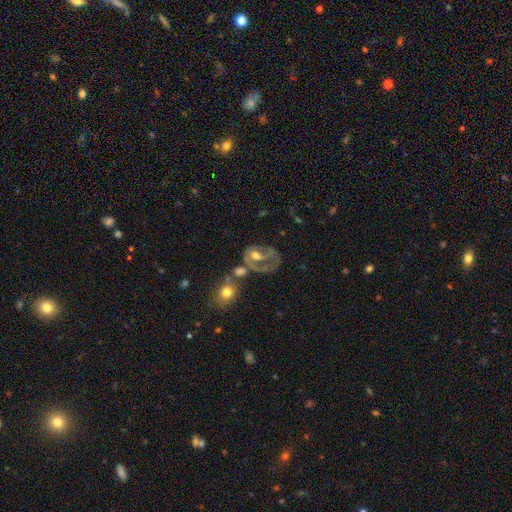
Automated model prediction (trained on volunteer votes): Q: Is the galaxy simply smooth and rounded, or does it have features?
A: featured or disk — 66%.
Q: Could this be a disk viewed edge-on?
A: no — 97%.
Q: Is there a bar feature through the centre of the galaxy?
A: no — 60%.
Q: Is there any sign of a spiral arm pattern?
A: yes — 60%.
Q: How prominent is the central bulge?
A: moderate — 61%.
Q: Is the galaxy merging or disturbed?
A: major disturbance — 37%.